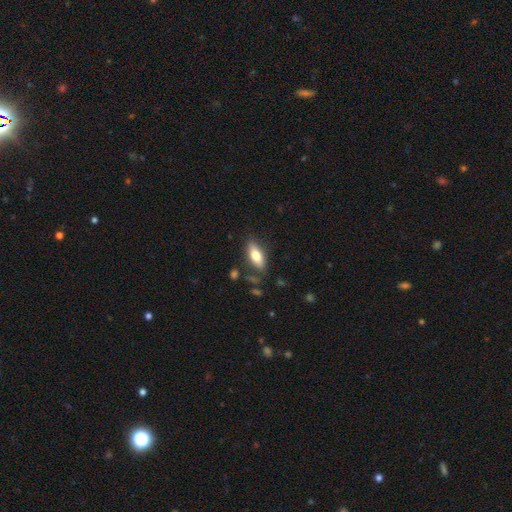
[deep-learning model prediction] This appears to be a smooth galaxy with no disk features (68%) that is in between round and cigar-shaped (74%). Merging: none (79%).